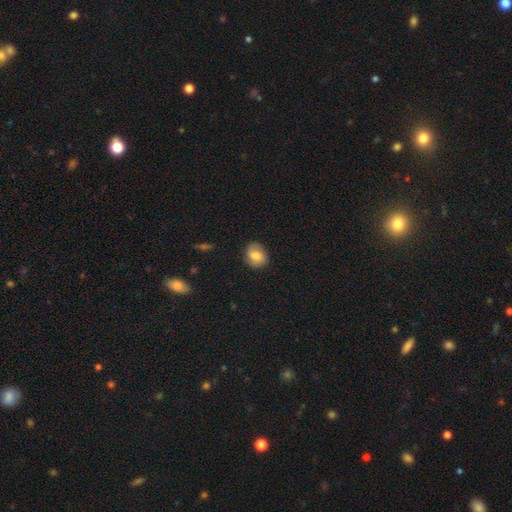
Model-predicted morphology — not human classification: Smooth or featured: smooth — 75% (featured or disk — 17%)
How rounded: round — 60% (in between — 39%)
Merging: none — 80% (minor disturbance — 15%)